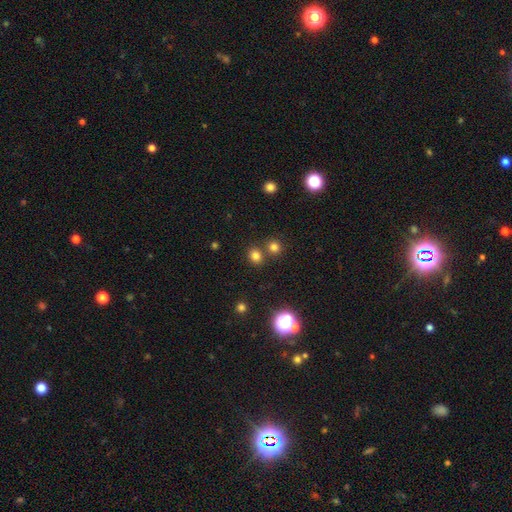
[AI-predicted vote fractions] This is likely a smooth galaxy (76%). How rounded: likely round (71%). Merging: likely none (72%).